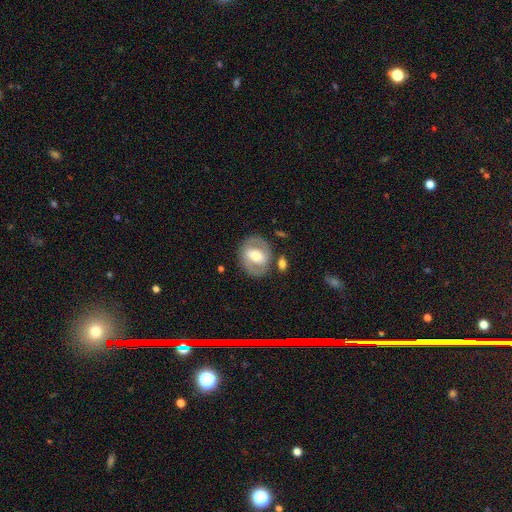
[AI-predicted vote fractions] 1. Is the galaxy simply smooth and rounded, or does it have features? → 60% featured or disk, 34% smooth, 6% star or artifact.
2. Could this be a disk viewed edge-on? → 94% no, 6% yes.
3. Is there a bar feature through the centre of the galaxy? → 36% weak (tied), 36% strong (tied), 28% no.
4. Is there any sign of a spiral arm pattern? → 55% no, 45% yes.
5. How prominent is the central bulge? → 67% moderate, 16% small, 14% large, 1% dominant, 1% none.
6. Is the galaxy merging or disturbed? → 75% none, 13% minor disturbance, 6% merger, 6% major disturbance.